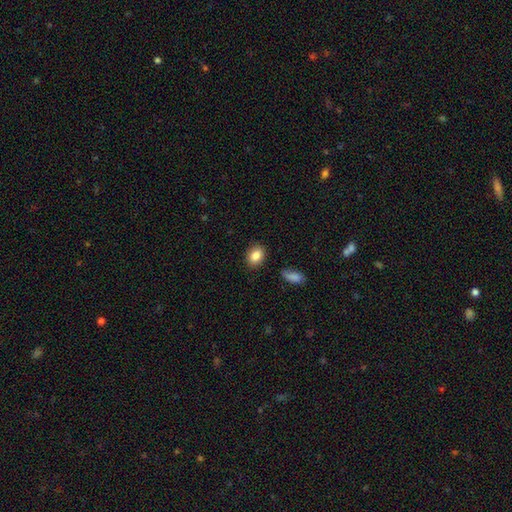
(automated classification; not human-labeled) A smooth galaxy with no disk features (86%) that is in between round and cigar-shaped (61%).

Vote fractions:
- Smooth or featured? smooth: 86% / star or artifact: 9% / featured or disk: 6%
- How rounded? in between: 61% / round: 38% / cigar-shaped: 1%
- Merging? none: 87% / minor disturbance: 9% / major disturbance: 2% / merger: 2%